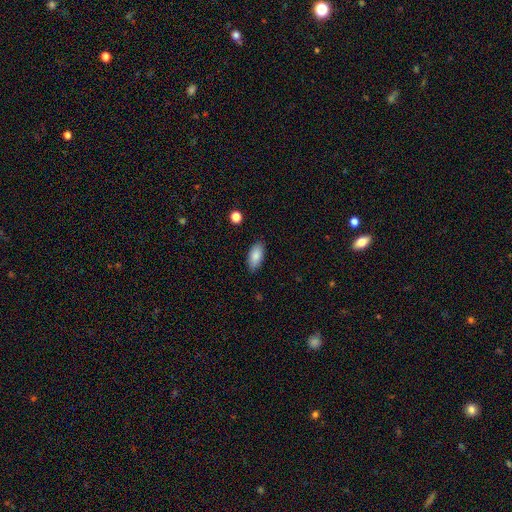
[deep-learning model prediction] smooth_or_featured: smooth (p=0.86) [alt: featured or disk p=0.07]
how_rounded: in between (p=0.91) [alt: cigar-shaped p=0.07]
merging: none (p=0.86) [alt: minor disturbance p=0.10]